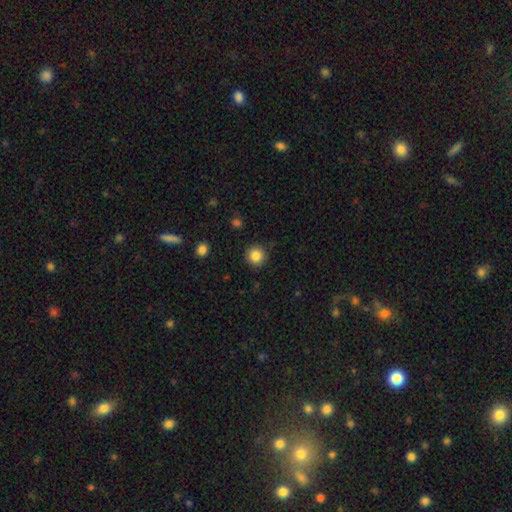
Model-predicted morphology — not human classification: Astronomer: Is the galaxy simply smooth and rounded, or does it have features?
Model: smooth — 85%.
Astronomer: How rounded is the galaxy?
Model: round — 95%.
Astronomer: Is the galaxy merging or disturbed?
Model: none — 90%.